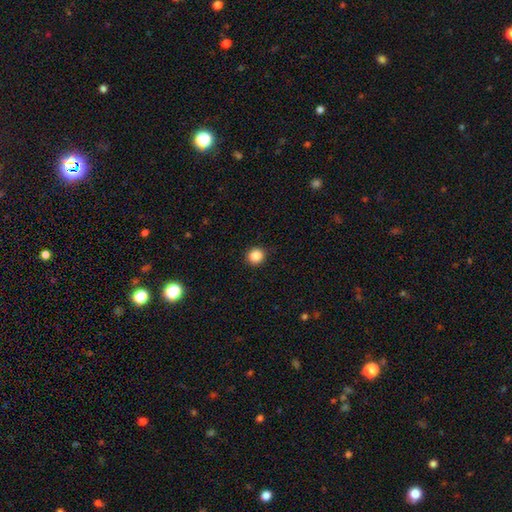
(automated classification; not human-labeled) Smooth or featured: smooth — 86% (star or artifact — 10%)
How rounded: round — 89% (in between — 10%)
Merging: none — 90% (minor disturbance — 7%)